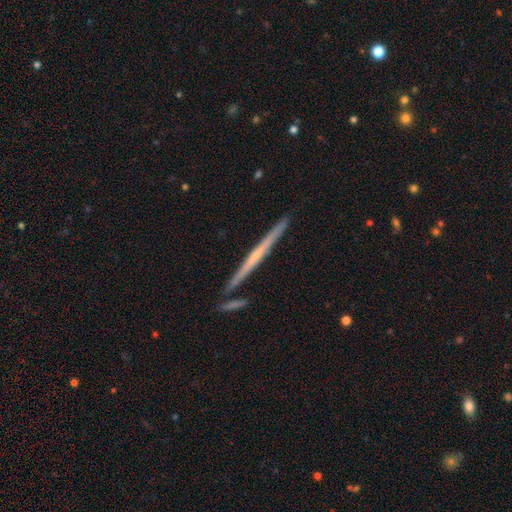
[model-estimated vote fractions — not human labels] This appears to be a featured or disk galaxy (63%) viewed edge-on (98%) with no central bulge (74%). Merging: none (86%).